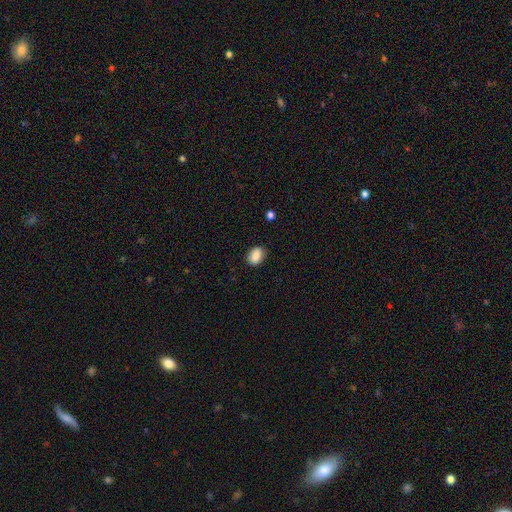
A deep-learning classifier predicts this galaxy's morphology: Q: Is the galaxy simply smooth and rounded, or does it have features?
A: smooth — 88%.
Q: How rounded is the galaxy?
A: in between — 78%.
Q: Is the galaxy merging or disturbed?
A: none — 84%.